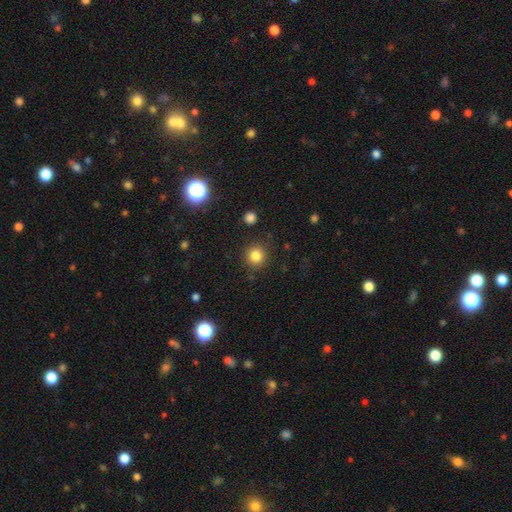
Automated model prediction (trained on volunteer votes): Overall: smooth (83%). How rounded: round (92%). Merging: none (89%).